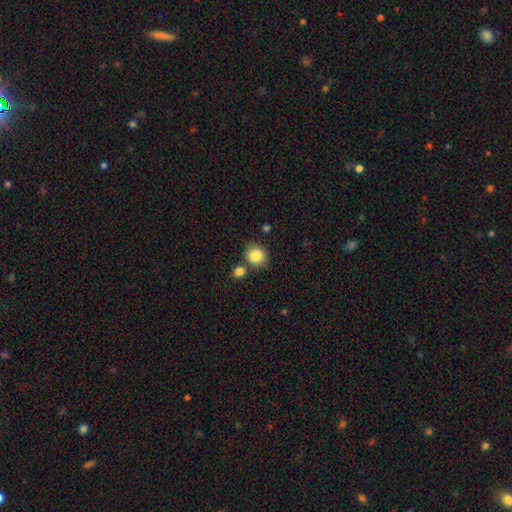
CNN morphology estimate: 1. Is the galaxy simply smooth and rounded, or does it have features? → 86% smooth, 9% star or artifact, 6% featured or disk.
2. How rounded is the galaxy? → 84% round, 15% in between, 1% cigar-shaped.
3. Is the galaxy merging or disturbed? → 72% none, 14% merger, 11% minor disturbance, 3% major disturbance.